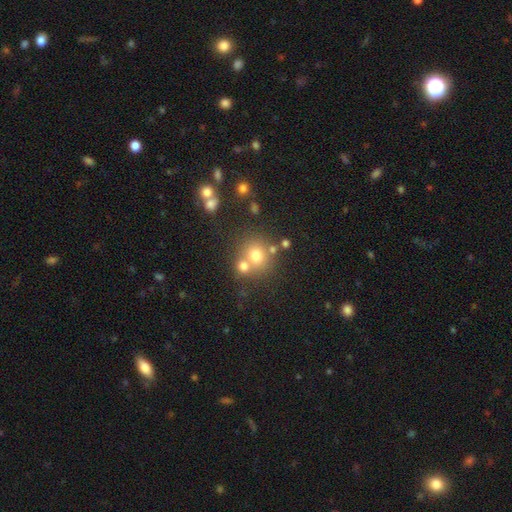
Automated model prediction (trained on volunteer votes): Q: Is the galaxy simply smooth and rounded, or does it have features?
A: smooth — 70%.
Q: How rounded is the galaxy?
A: round — 82%.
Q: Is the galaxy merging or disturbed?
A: none — 53%.